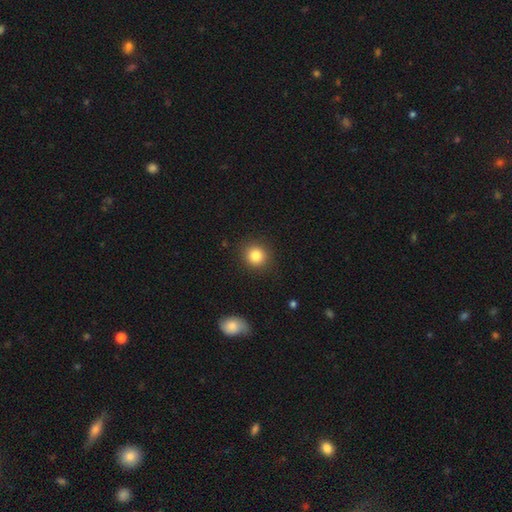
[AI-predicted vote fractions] smooth_or_featured: smooth (p=0.84) [alt: star or artifact p=0.10]
how_rounded: round (p=0.88) [alt: in between p=0.11]
merging: none (p=0.89) [alt: minor disturbance p=0.07]